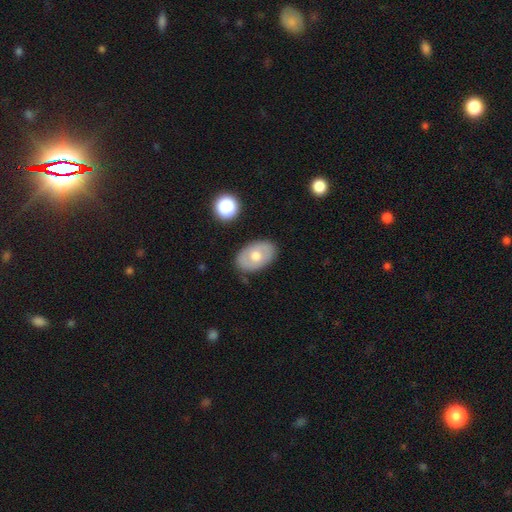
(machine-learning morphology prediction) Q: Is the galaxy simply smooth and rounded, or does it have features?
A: smooth — 58%.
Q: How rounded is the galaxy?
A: in between — 86%.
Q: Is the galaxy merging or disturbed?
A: none — 84%.